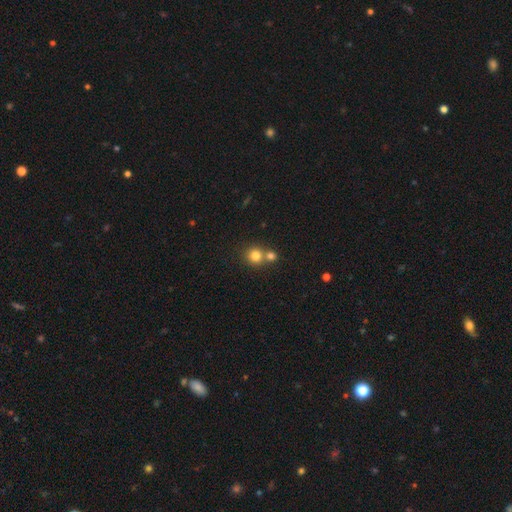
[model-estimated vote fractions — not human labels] smooth-or-featured: smooth: 80% | star or artifact: 12% | featured or disk: 8%
  how-rounded: round: 89% | in between: 10% | cigar-shaped: 1%
  merging: none: 52% | merger: 40% | minor disturbance: 6% | major disturbance: 2%